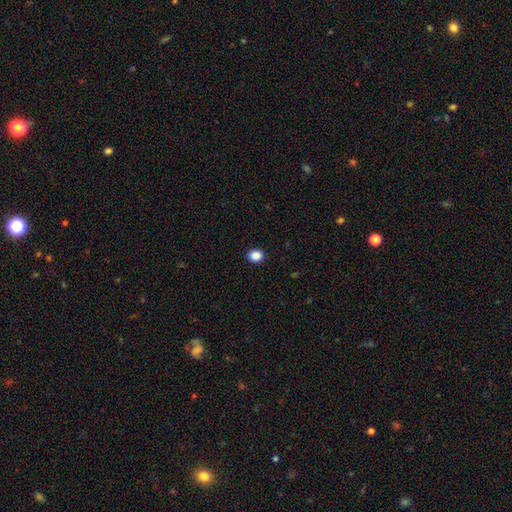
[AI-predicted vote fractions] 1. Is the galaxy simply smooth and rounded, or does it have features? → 88% smooth, 10% star or artifact, 2% featured or disk.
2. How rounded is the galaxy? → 61% round, 38% in between, 1% cigar-shaped.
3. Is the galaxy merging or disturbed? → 91% none, 6% minor disturbance, 2% major disturbance, 1% merger.